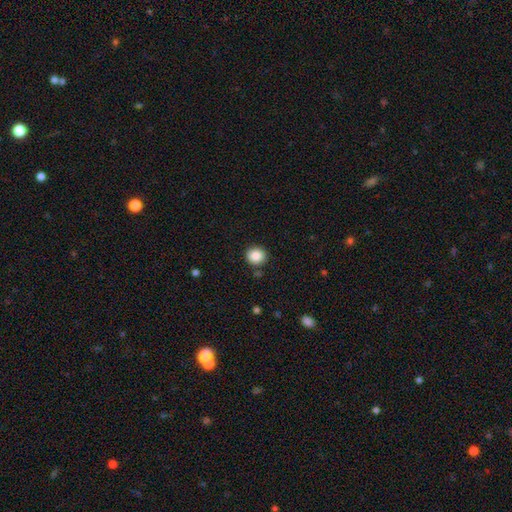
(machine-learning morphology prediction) Overall: smooth (87%). How rounded: round (89%). Merging: none (88%).